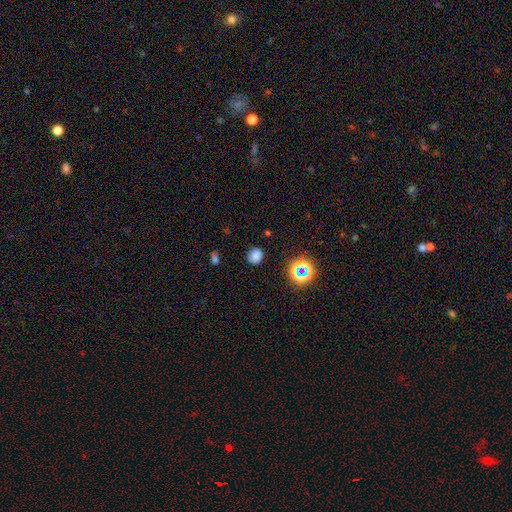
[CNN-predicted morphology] Smooth or featured? Predicted: smooth (p=0.75). How rounded? Predicted: round (p=0.74). Merging? Predicted: none (p=0.83).